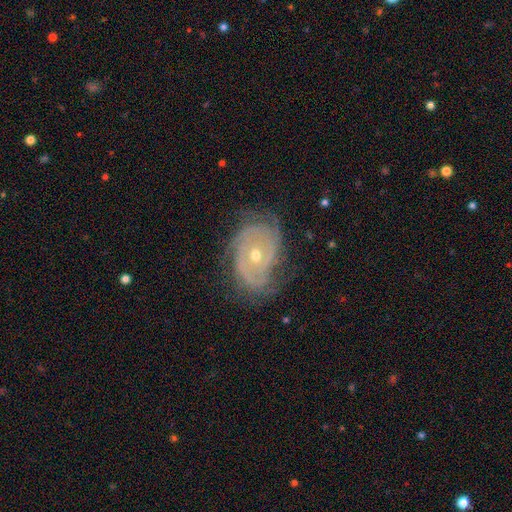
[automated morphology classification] This appears to be a featured or disk galaxy (86%) with no bar (75%), can't tell (31%, tied with 2) tight (69%) spiral arms (92%) and a moderate central bulge (49%). Merging: none (66%).